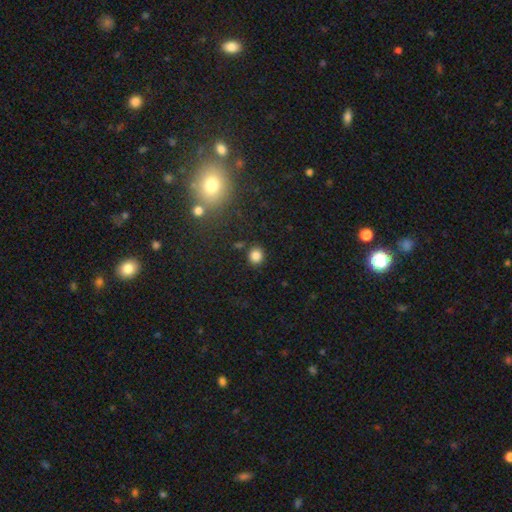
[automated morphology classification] This is clearly a smooth galaxy (83%). How rounded: clearly round (83%). Merging: clearly none (86%).